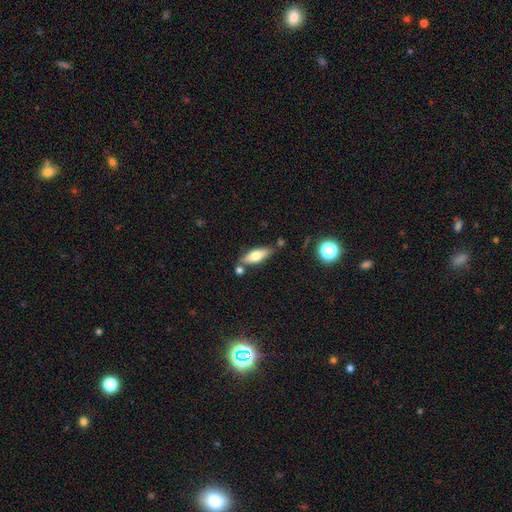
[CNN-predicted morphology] Smooth or featured: smooth — 65% (featured or disk — 28%)
How rounded: in between — 62% (cigar-shaped — 36%)
Merging: none — 72% (minor disturbance — 14%)